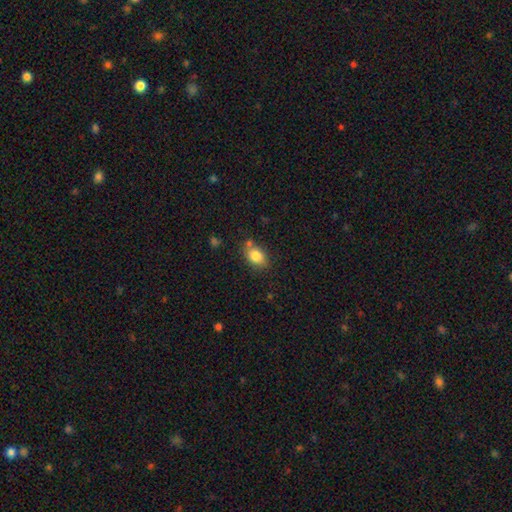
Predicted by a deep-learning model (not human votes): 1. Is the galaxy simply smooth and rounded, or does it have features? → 83% smooth, 9% star or artifact, 8% featured or disk.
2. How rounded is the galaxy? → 76% in between, 23% round, 1% cigar-shaped.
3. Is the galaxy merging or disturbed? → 71% none, 15% minor disturbance, 10% merger, 4% major disturbance.